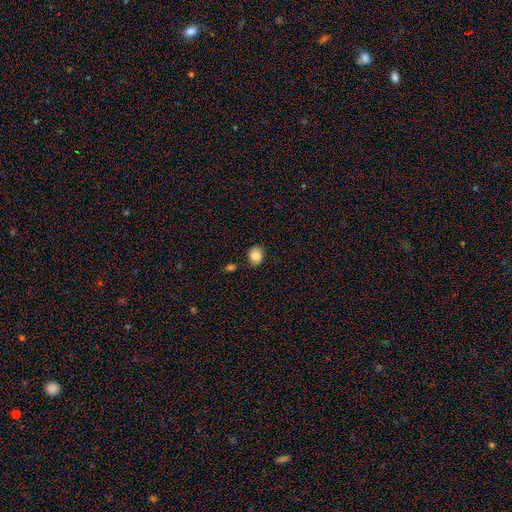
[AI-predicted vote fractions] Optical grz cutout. It shows a smooth galaxy with no disk features (86%) that is round (65%). Merging: none (77%).